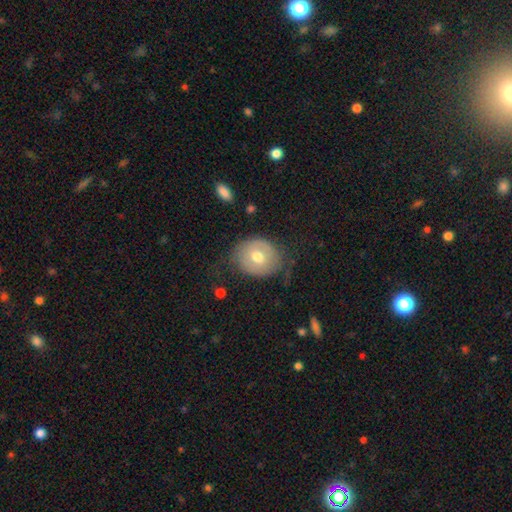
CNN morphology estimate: The model was most divided on "smooth or featured": smooth: 54%, featured or disk: 38%, star or artifact: 7%. More confident: how rounded — round (68%); merging — none (66%).